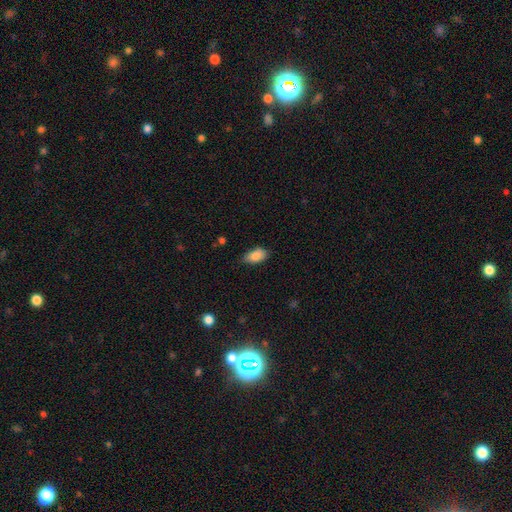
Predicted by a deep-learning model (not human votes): smooth-or-featured: smooth: 84% | featured or disk: 9% | star or artifact: 7%
  how-rounded: in between: 92% | round: 4% | cigar-shaped: 4%
  merging: none: 76% | minor disturbance: 20% | major disturbance: 3% | merger: 1%